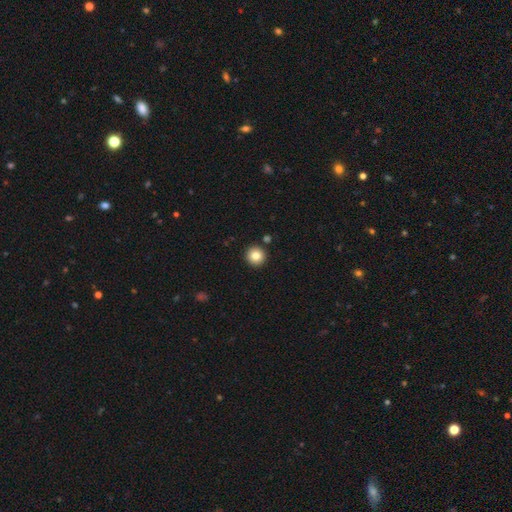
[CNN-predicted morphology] Overall: smooth (82%). How rounded: round (95%). Merging: none (90%).